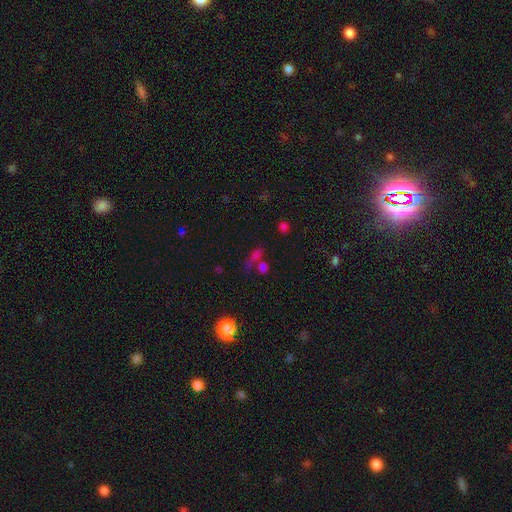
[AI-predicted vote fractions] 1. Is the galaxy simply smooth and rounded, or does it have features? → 57% smooth, 31% star or artifact, 12% featured or disk.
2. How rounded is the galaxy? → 47% in between, 36% round, 17% cigar-shaped.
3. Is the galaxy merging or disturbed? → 45% none, 33% merger, 12% minor disturbance, 10% major disturbance.